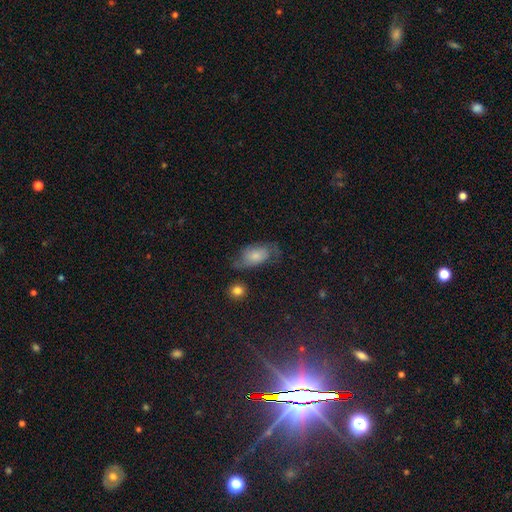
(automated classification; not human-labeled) smooth 52%, featured or disk 38%, star or artifact 10%. Down the decision tree: how rounded — in between (89%); merging — none (49%).